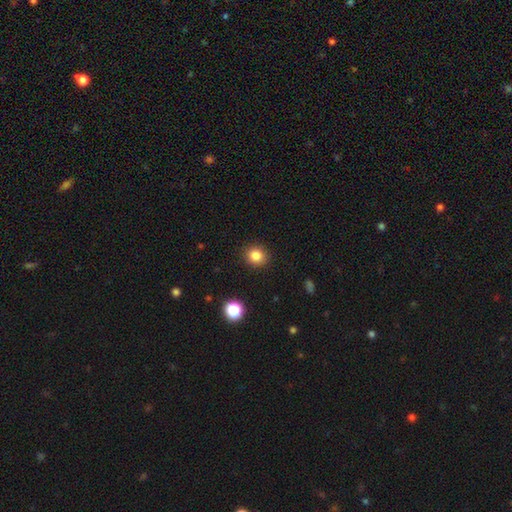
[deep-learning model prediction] This is clearly a smooth galaxy (83%). How rounded: clearly round (83%). Merging: clearly none (90%).